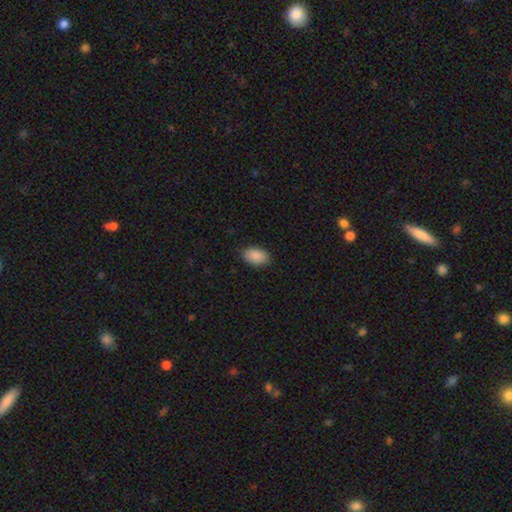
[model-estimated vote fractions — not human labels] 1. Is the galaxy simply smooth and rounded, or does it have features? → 90% smooth, 7% star or artifact, 3% featured or disk.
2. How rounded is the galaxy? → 92% in between, 7% round, 1% cigar-shaped.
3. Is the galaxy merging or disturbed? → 88% none, 9% minor disturbance, 2% major disturbance, 1% merger.